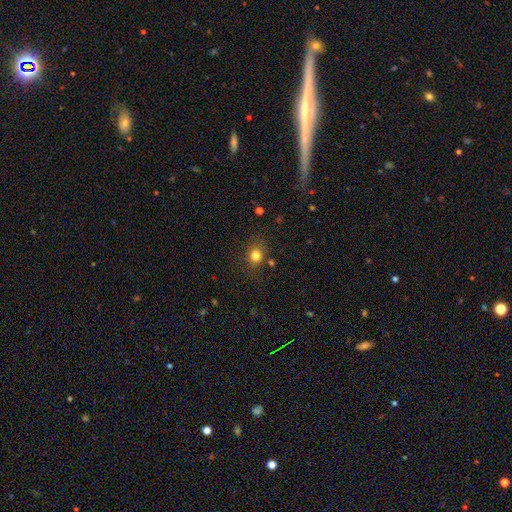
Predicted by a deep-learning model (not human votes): Smooth or featured: smooth — 78% (star or artifact — 15%)
How rounded: round — 70% (in between — 29%)
Merging: none — 78% (minor disturbance — 14%)